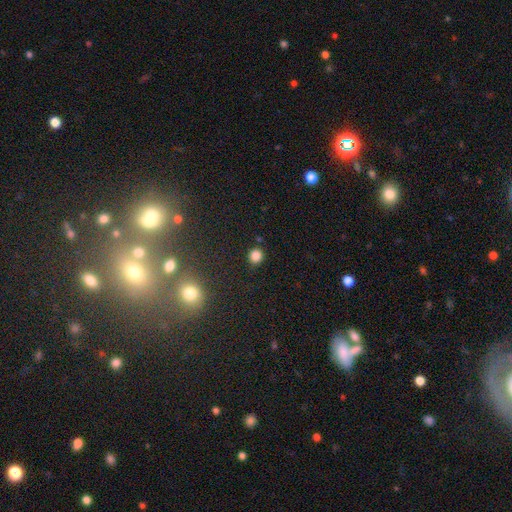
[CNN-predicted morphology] Smooth or featured?
  - smooth: 84% *
  - star or artifact: 13%
  - featured or disk: 4%
How rounded?
  - round: 88% *
  - in between: 11%
  - cigar-shaped: 1%
Merging?
  - none: 89% *
  - minor disturbance: 7%
  - merger: 2%
  - major disturbance: 2%